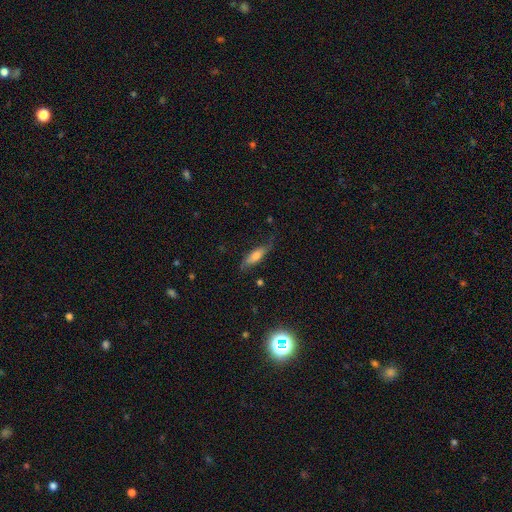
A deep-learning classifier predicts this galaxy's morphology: Overall: smooth (54%; featured or disk 38%). How rounded: in between (49%; cigar-shaped 48%). Merging: none (62%; minor disturbance 26%).